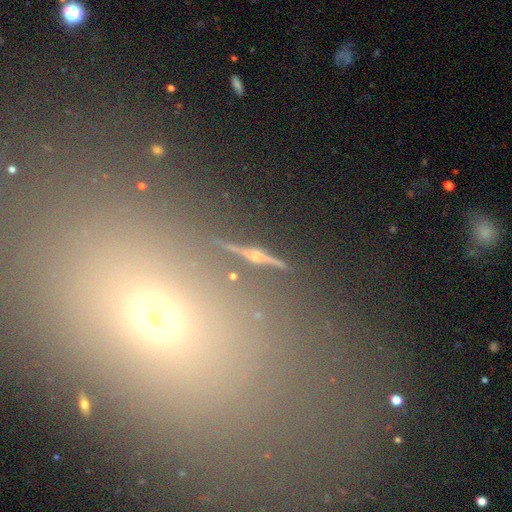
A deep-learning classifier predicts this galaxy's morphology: featured or disk 50%, star or artifact 31%, smooth 19%. Down the decision tree: edge-on disk — yes (83%); merging — none (87%).